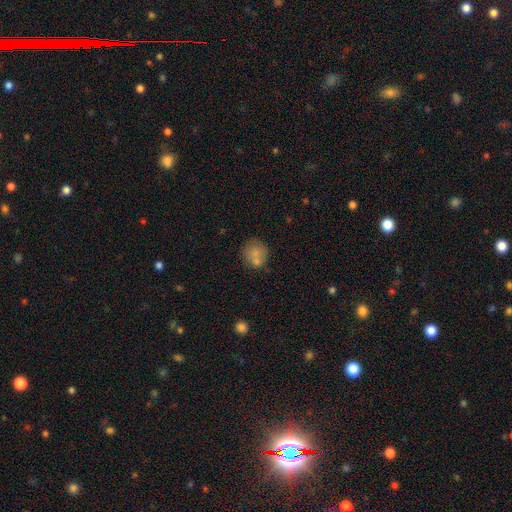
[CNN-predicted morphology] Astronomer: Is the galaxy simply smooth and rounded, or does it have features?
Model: smooth — 76%.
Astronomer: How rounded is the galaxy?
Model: round — 84%.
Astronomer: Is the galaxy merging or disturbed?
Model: none — 58%.